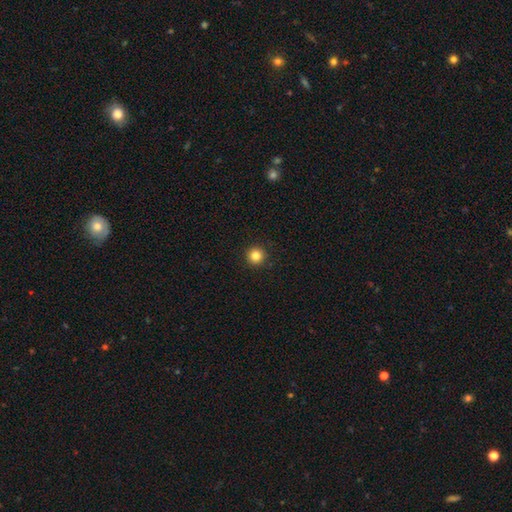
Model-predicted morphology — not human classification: smooth_or_featured: smooth (p=0.83) [alt: star or artifact p=0.12]
how_rounded: round (p=0.96) [alt: in between p=0.03]
merging: none (p=0.93) [alt: minor disturbance p=0.04]